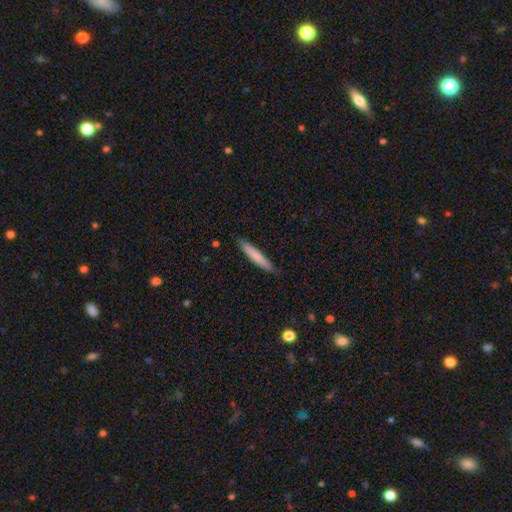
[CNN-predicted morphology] Smooth or featured?
  - smooth: 76% *
  - featured or disk: 19%
  - star or artifact: 6%
How rounded?
  - cigar-shaped: 93% *
  - in between: 6%
  - round: 1%
Merging?
  - none: 85% *
  - minor disturbance: 12%
  - major disturbance: 2%
  - merger: 1%